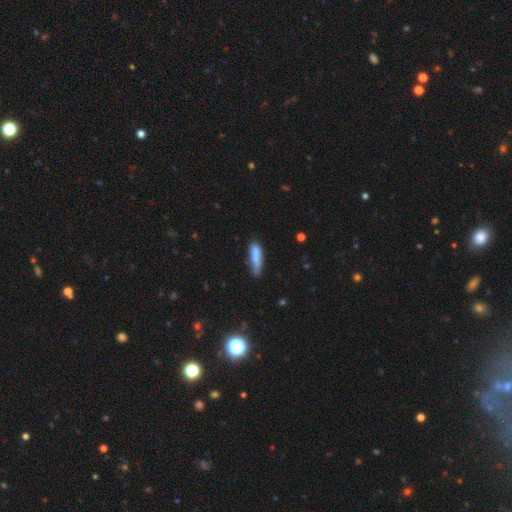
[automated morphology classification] Smooth or featured? Predicted: smooth (p=0.72). How rounded? Predicted: cigar-shaped (p=0.73). Merging? Predicted: none (p=0.60).